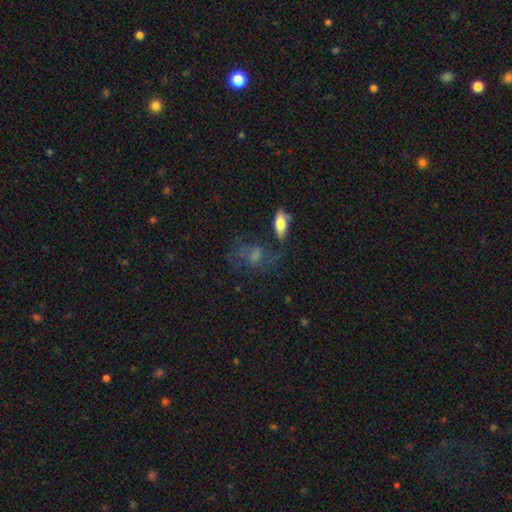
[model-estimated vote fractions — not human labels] Smooth or featured? smooth (53%)
How rounded? in between (69%)
Merging? none (45%)